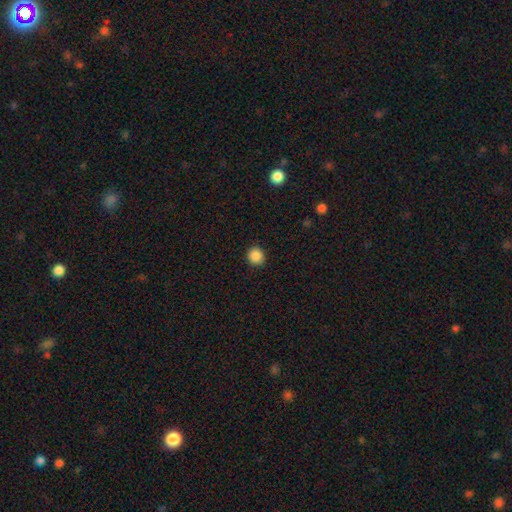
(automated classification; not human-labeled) This appears to be a smooth galaxy with no disk features (87%) that is round (91%). Merging: none (92%).